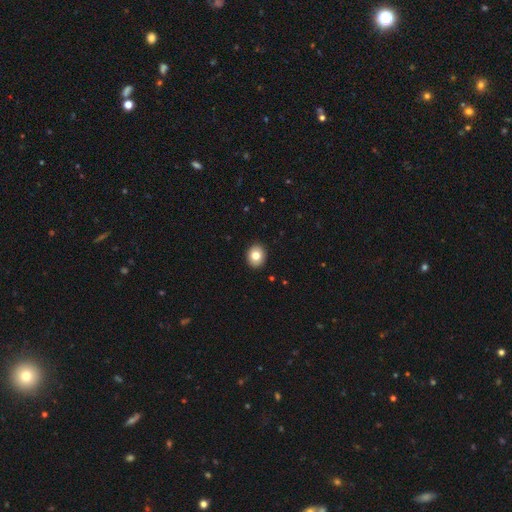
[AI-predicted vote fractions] Smooth or featured: smooth — 80% (featured or disk — 11%)
How rounded: round — 63% (in between — 36%)
Merging: none — 92% (minor disturbance — 6%)